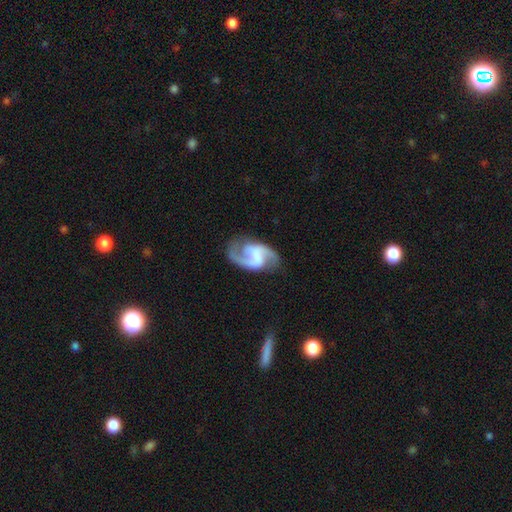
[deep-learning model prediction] Morphology: type=featured or disk (88%); edge-on=no (98%); bar=weak (48%); spiral arms=yes (97%); winding=medium (53%); arm count=2 (93%); bulge=none (54%); merging=none (78%).